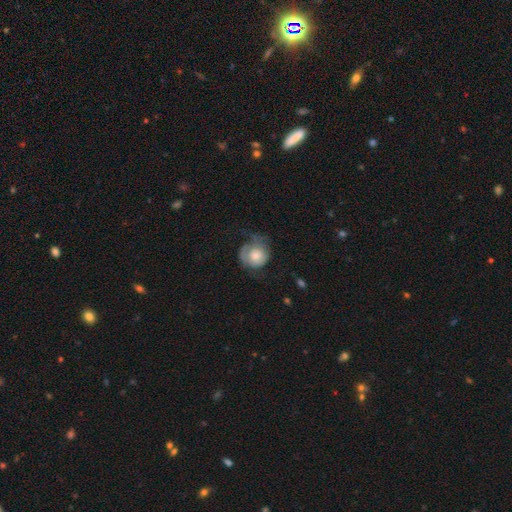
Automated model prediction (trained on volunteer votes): This is possibly a smooth galaxy (55%). How rounded: likely round (78%). Merging: marginally none (40%).